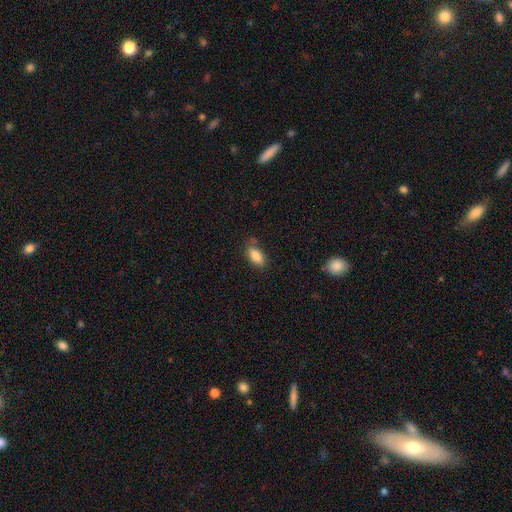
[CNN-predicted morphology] This appears to be a smooth galaxy with no disk features (83%) that is in between round and cigar-shaped (87%). Merging: none (69%).